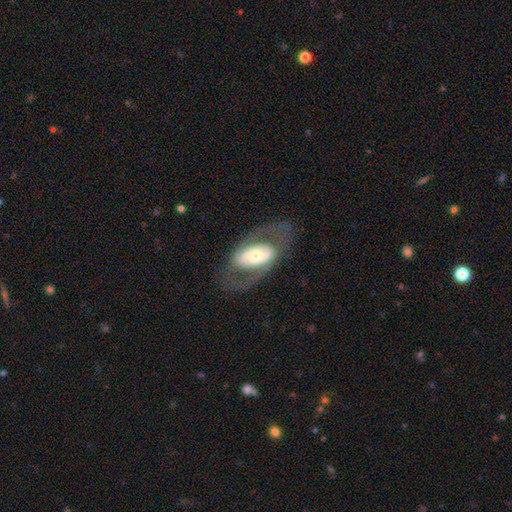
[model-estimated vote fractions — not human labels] Overall: featured or disk (74%). Edge-on disk: no (92%). Bar: no (47%; strong 27%). Spiral arms: yes (61%; no 39%). Bulge size: moderate (56%; small 26%). Merging: none (70%).